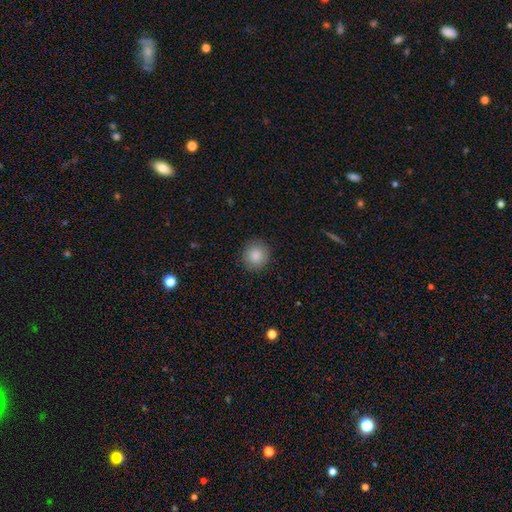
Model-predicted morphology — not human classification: Smooth or featured: smooth — 86% (star or artifact — 9%)
How rounded: round — 91% (in between — 8%)
Merging: none — 90% (minor disturbance — 7%)